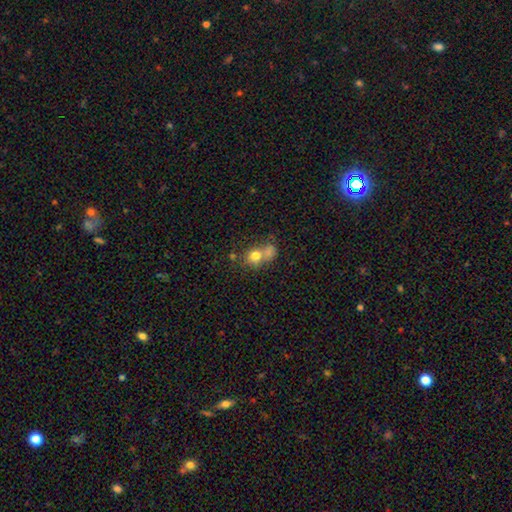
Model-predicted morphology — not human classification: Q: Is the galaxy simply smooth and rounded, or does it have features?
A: smooth — 73%.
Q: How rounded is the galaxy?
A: round — 66%.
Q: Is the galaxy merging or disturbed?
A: merger — 54%.